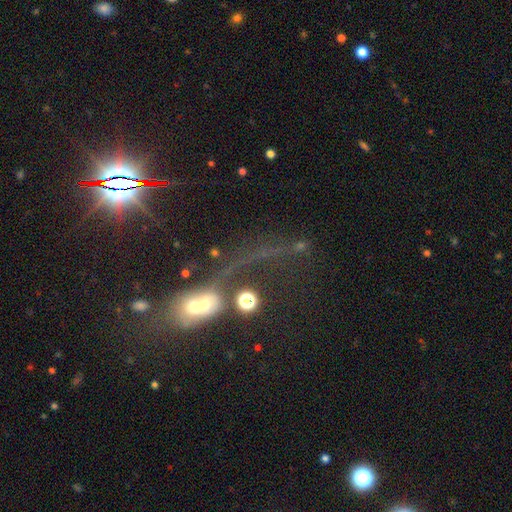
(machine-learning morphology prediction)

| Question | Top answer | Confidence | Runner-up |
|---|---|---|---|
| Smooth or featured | featured or disk | 35% | star or artifact (34%) |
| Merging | merger | 47% | major disturbance (25%) |